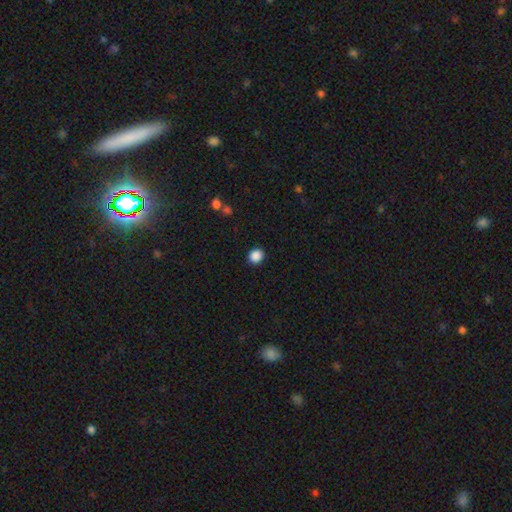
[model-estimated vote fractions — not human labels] smooth-or-featured: smooth: 88% | star or artifact: 10% | featured or disk: 3%
  how-rounded: round: 84% | in between: 15% | cigar-shaped: 1%
  merging: none: 90% | minor disturbance: 6% | major disturbance: 2% | merger: 1%